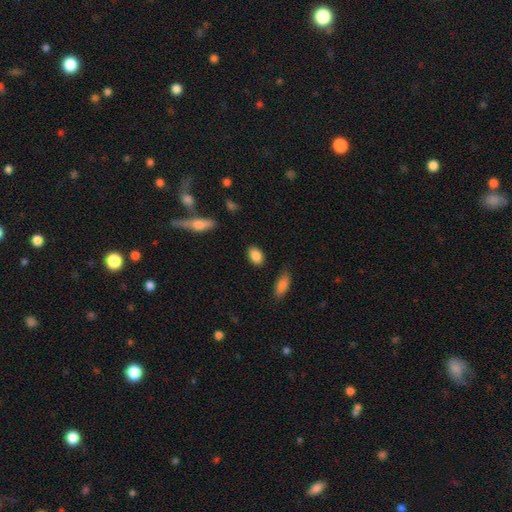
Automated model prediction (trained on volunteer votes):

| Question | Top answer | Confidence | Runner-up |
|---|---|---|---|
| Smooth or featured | smooth | 87% | star or artifact (7%) |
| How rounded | in between | 86% | round (12%) |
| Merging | none | 86% | minor disturbance (10%) |